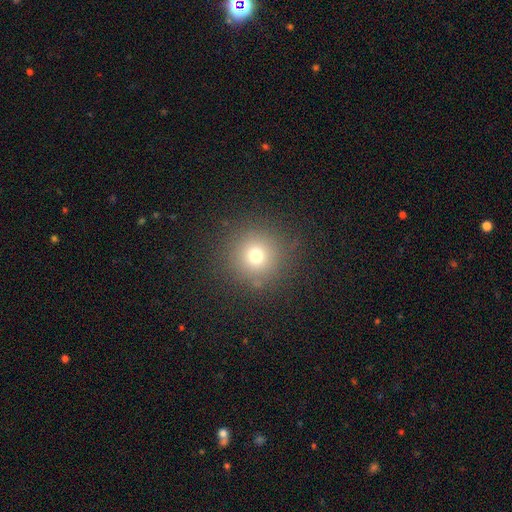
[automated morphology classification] Smooth or featured? Predicted: smooth (p=0.70). How rounded? Predicted: round (p=0.95). Merging? Predicted: none (p=0.87).